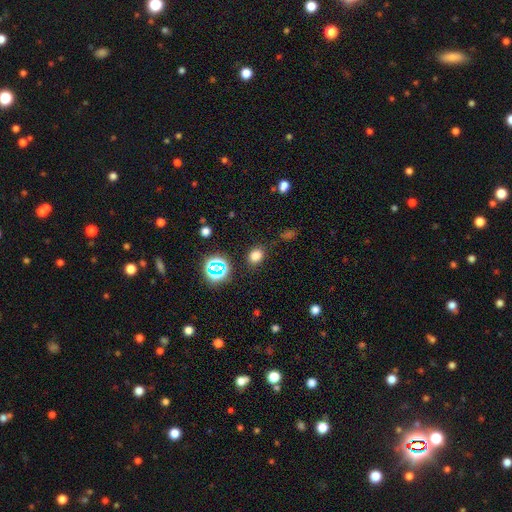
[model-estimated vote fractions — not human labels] This appears to be a smooth galaxy with no disk features (74%) that is round (55%). Merging: none (82%).